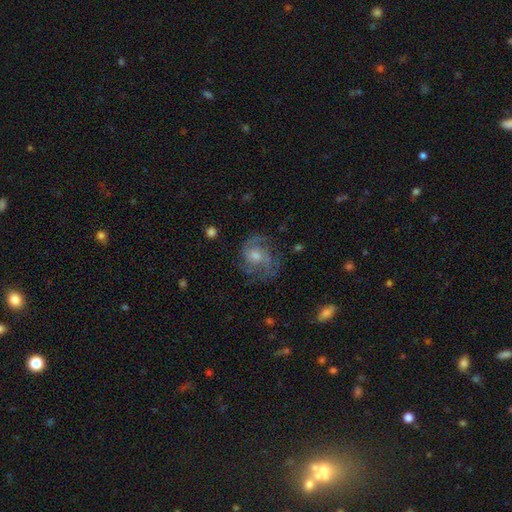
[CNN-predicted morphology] Smooth or featured? featured or disk (80%)
Edge-on disk? no (98%)
Bar? no (63%)
Spiral arms? yes (95%)
Spiral winding? medium (50%)
Spiral arm count? 2 (44%)
Bulge size? moderate (52%)
Merging? none (71%)